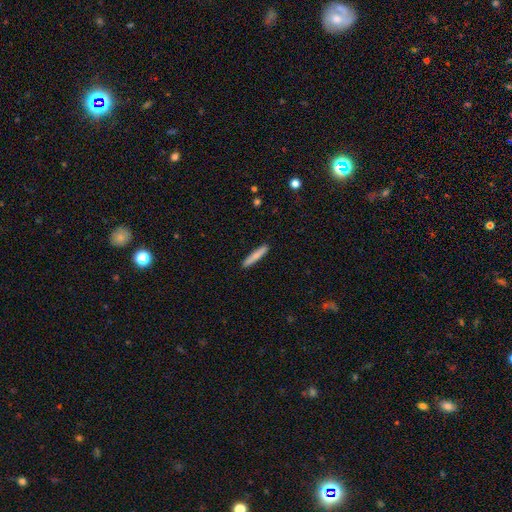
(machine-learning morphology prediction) smooth_or_featured: smooth (p=0.78) [alt: featured or disk p=0.16]
how_rounded: cigar-shaped (p=0.93) [alt: in between p=0.05]
merging: none (p=0.91) [alt: minor disturbance p=0.06]